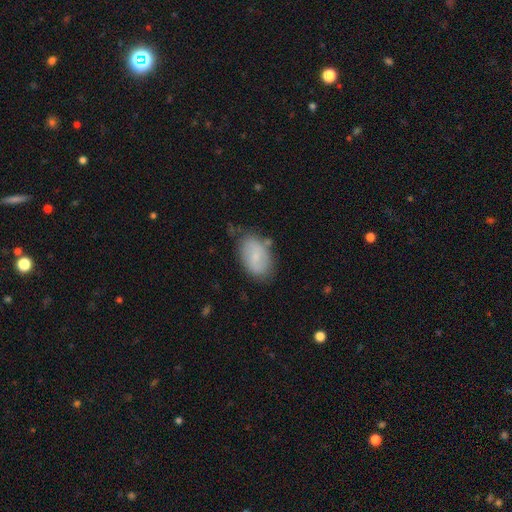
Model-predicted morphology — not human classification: A smooth galaxy with no disk features (64%) that is in between round and cigar-shaped (91%).

Vote fractions:
- Smooth or featured? smooth: 64% / featured or disk: 29% / star or artifact: 7%
- How rounded? in between: 91% / round: 8% / cigar-shaped: 2%
- Merging? none: 68% / minor disturbance: 22% / major disturbance: 6% / merger: 4%